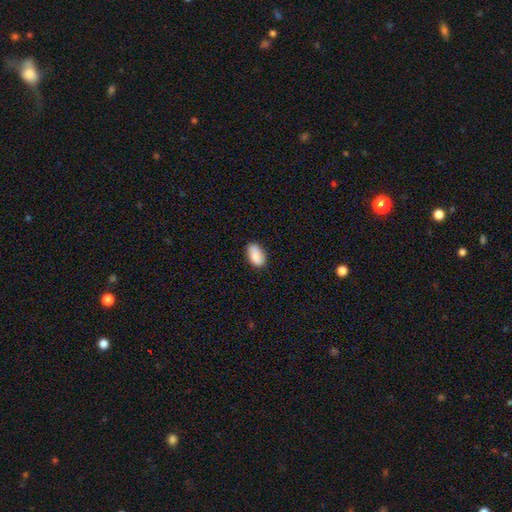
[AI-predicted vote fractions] The model was most divided on "merging": none: 80%, minor disturbance: 16%, major disturbance: 3%, merger: 1%. More confident: how rounded — in between (91%); smooth or featured — smooth (85%).